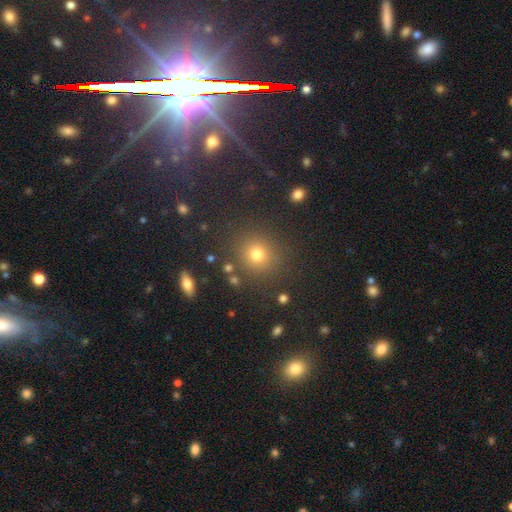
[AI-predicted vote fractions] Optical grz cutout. It shows a smooth galaxy with no disk features (59%) that is round (90%). Merging: none (87%).